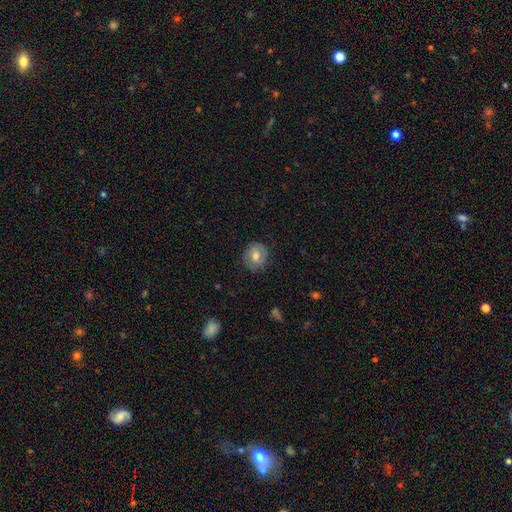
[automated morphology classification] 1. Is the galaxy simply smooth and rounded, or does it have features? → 64% smooth, 28% featured or disk, 8% star or artifact.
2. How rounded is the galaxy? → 78% round, 21% in between, 1% cigar-shaped.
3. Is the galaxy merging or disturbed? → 79% none, 16% minor disturbance, 4% major disturbance, 1% merger.